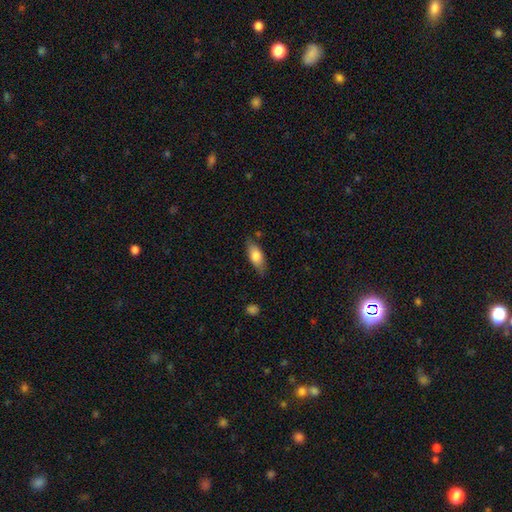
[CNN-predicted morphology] Overall: smooth (73%). How rounded: in between (76%). Merging: none (76%).